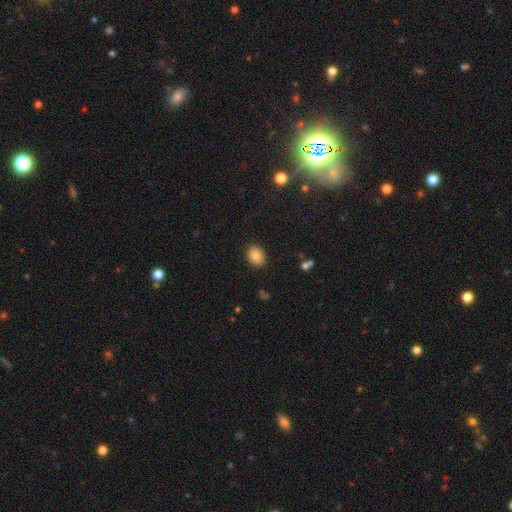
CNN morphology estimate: This is clearly a smooth galaxy (85%). How rounded: likely in between (65%). Merging: clearly none (88%).